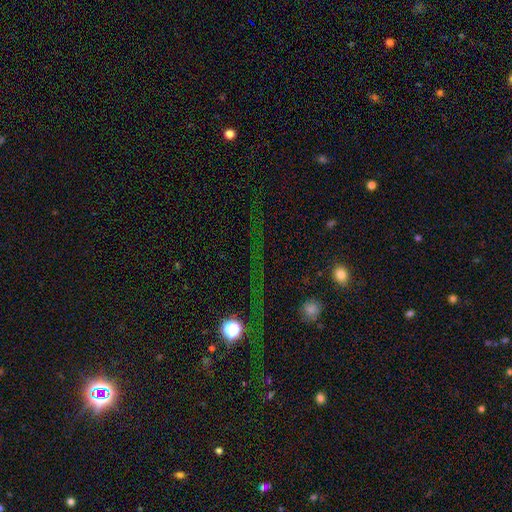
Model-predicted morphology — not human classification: This appears to be a star or artifact, not a galaxy (68%).